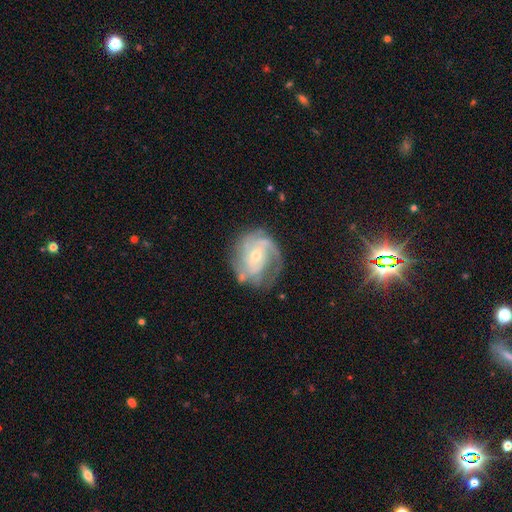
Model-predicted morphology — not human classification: smooth_or_featured: featured or disk (p=0.83) [alt: smooth p=0.11]
disk_edge_on: no (p=0.97) [alt: yes p=0.03]
bar: no (p=0.50) [alt: weak p=0.38]
has_spiral_arms: yes (p=0.93) [alt: no p=0.07]
spiral_winding: tight (p=0.48) [alt: medium p=0.39]
spiral_arm_count: 2 (p=0.31) [alt: can't tell p=0.28]
bulge_size: small (p=0.53) [alt: moderate p=0.43]
merging: none (p=0.61) [alt: minor disturbance p=0.22]